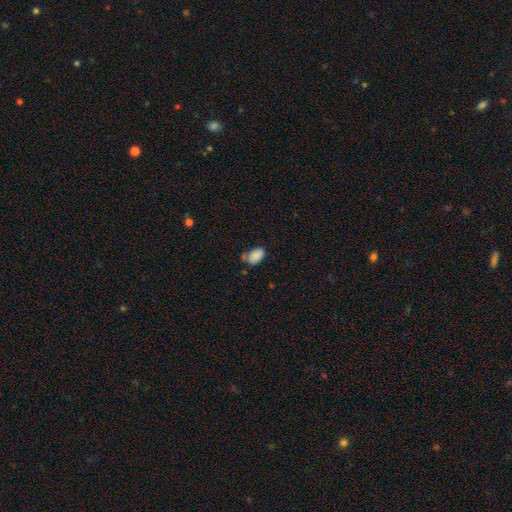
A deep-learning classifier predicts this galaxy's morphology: This is clearly a smooth galaxy (87%). How rounded: clearly in between (91%). Merging: possibly none (58%).